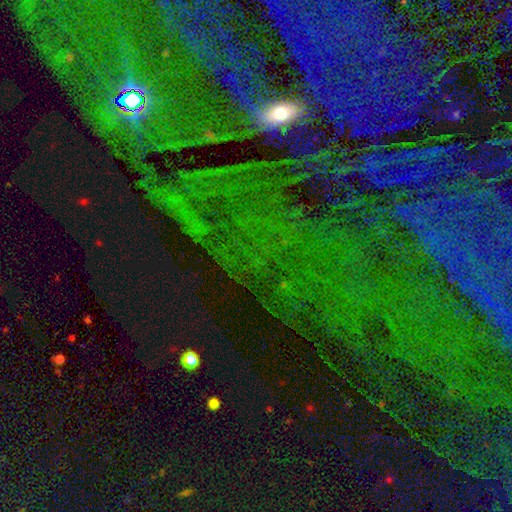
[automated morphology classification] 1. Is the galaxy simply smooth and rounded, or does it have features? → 77% star or artifact, 13% featured or disk, 10% smooth.